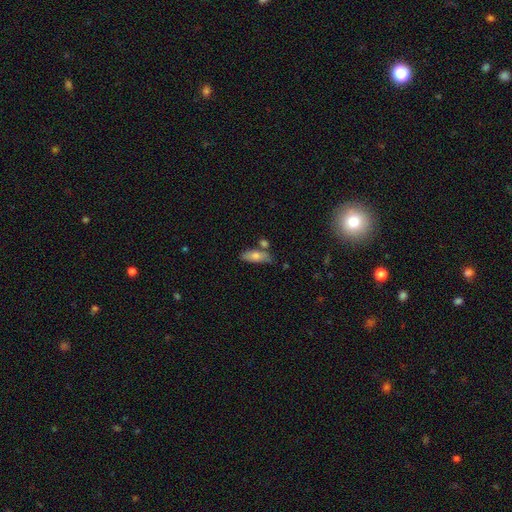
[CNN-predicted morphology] The model was most divided on "merging": none: 59%, minor disturbance: 19%, merger: 17%, major disturbance: 5%. More confident: smooth or featured — smooth (74%); how rounded — in between (71%).